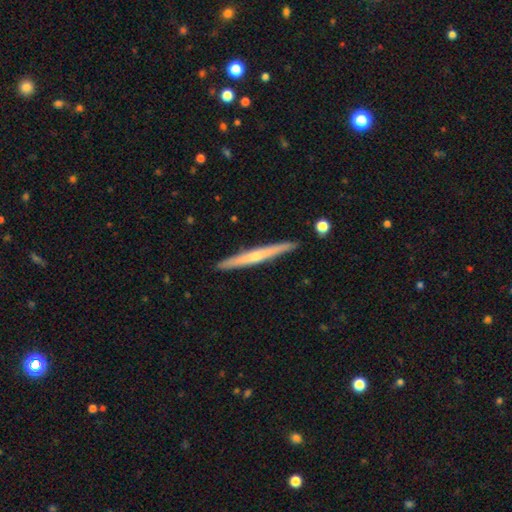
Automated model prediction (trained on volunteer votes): Q: Smooth or featured?
A: featured or disk (66%); runner-up: smooth (27%)
Q: Edge-on disk?
A: yes (97%); runner-up: no (3%)
Q: Edge-on bulge?
A: rounded (66%); runner-up: none (28%)
Q: Merging?
A: none (90%); runner-up: minor disturbance (7%)